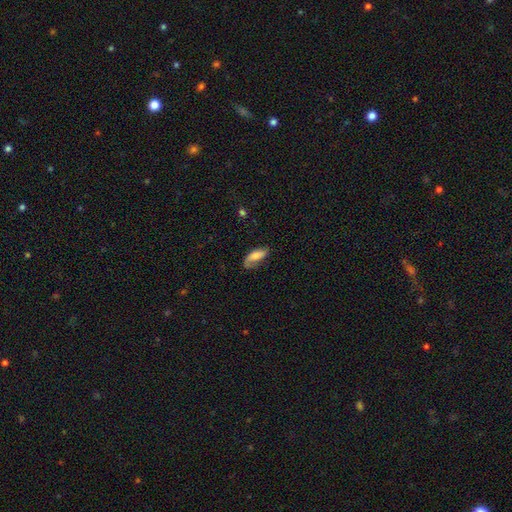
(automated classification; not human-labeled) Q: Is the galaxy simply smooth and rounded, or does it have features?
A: smooth — 58%.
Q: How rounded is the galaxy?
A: in between — 78%.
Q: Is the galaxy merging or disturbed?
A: none — 52%.